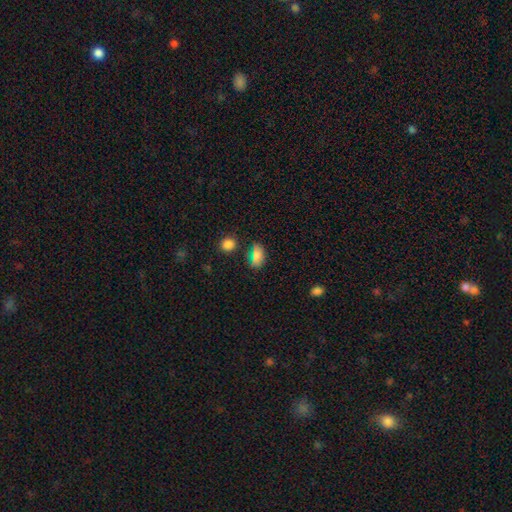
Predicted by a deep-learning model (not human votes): Q: Smooth or featured?
A: smooth (77%); runner-up: star or artifact (17%)
Q: How rounded?
A: in between (84%); runner-up: round (13%)
Q: Merging?
A: none (71%); runner-up: minor disturbance (17%)